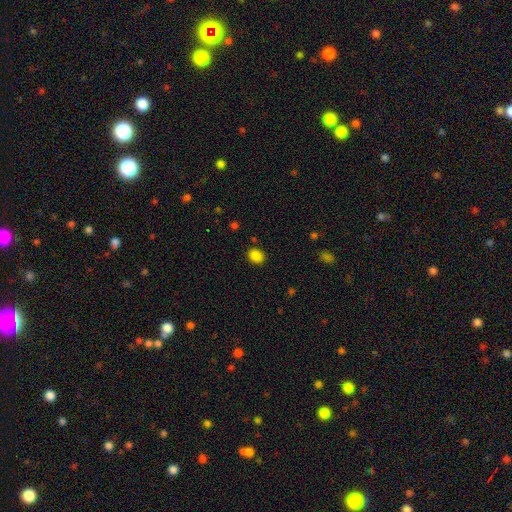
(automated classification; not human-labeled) Smooth or featured?
  - smooth: 85% *
  - star or artifact: 12%
  - featured or disk: 3%
How rounded?
  - in between: 50% *
  - round: 49%
  - cigar-shaped: 1%
Merging?
  - none: 87% *
  - minor disturbance: 9%
  - major disturbance: 3%
  - merger: 2%